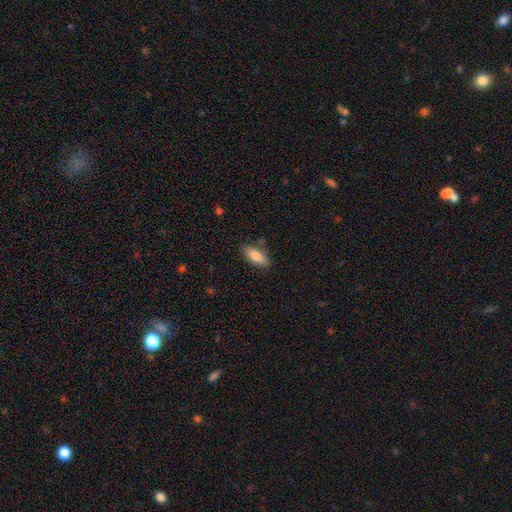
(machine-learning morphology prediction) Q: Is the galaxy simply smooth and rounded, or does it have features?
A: smooth — 81%.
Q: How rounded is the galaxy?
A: in between — 80%.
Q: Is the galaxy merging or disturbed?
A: none — 81%.